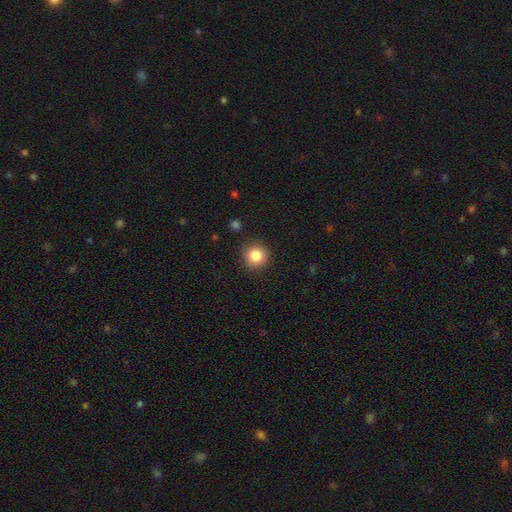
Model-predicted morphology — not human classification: The model was most divided on "smooth or featured": smooth: 85%, star or artifact: 10%, featured or disk: 5%. More confident: how rounded — round (94%); merging — none (89%).